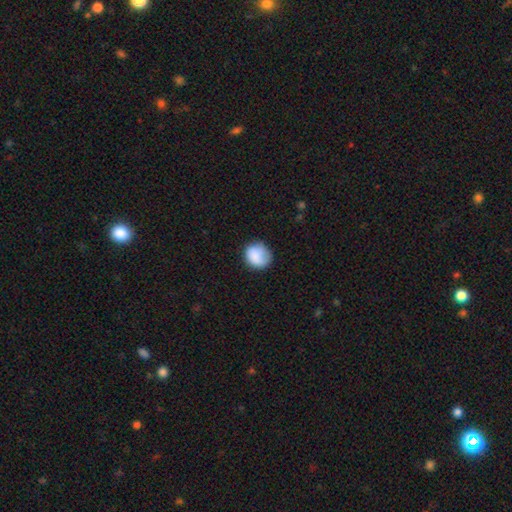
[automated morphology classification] Smooth or featured? Predicted: smooth (p=0.84). How rounded? Predicted: round (p=0.81). Merging? Predicted: none (p=0.69).